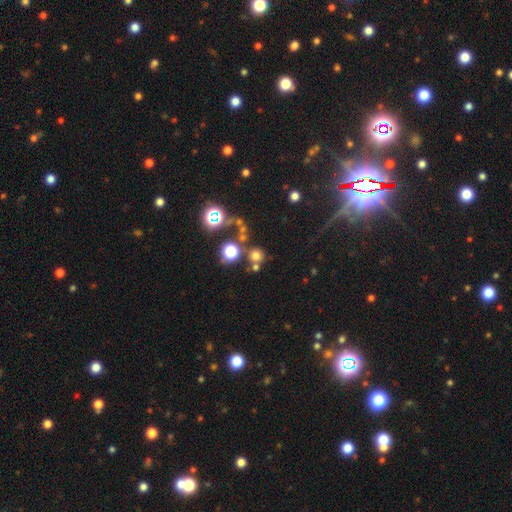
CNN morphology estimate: Smooth or featured? Predicted: smooth (p=0.65). How rounded? Predicted: round (p=0.91). Merging? Predicted: none (p=0.69).